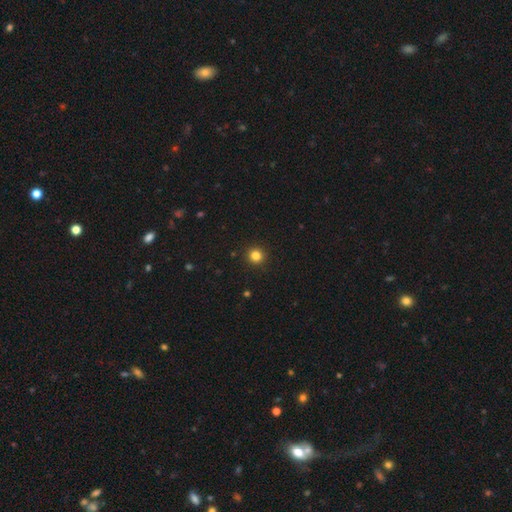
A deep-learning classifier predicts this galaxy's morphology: Smooth or featured?
  - smooth: 83% *
  - star or artifact: 13%
  - featured or disk: 4%
How rounded?
  - round: 95% *
  - in between: 4%
  - cigar-shaped: 1%
Merging?
  - none: 93% *
  - minor disturbance: 5%
  - major disturbance: 2%
  - merger: 1%